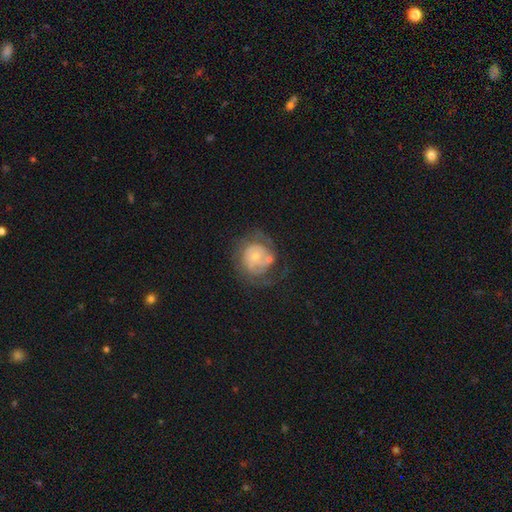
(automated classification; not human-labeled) A featured or disk galaxy (67%) with no bar (77%), spiral arms (74%) and a small central bulge (68%). Merging: none (46%).